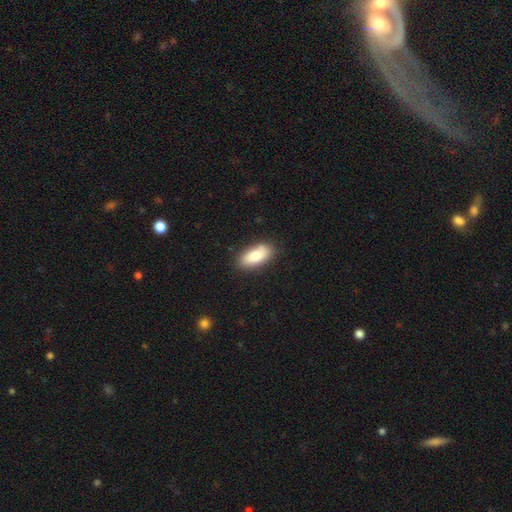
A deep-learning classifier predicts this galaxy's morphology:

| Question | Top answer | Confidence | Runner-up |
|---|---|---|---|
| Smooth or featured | smooth | 81% | featured or disk (13%) |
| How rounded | in between | 86% | cigar-shaped (11%) |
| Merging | none | 82% | minor disturbance (13%) |